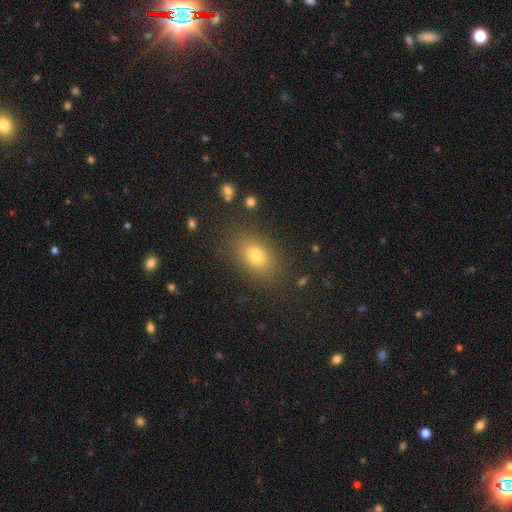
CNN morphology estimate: Smooth or featured? smooth (76%)
How rounded? in between (80%)
Merging? none (84%)